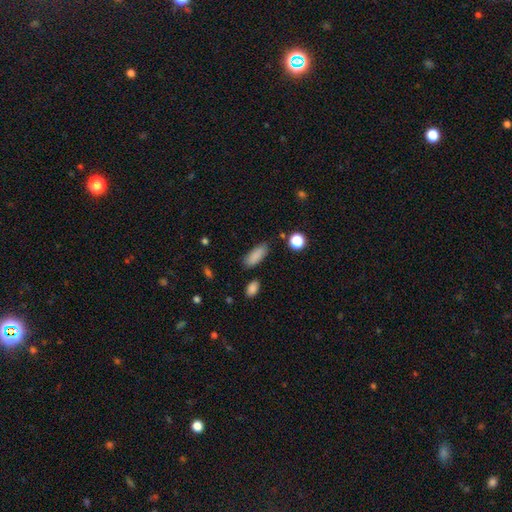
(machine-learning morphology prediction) This appears to be a smooth galaxy with no disk features (86%) that is in between round and cigar-shaped (75%). Merging: none (80%).